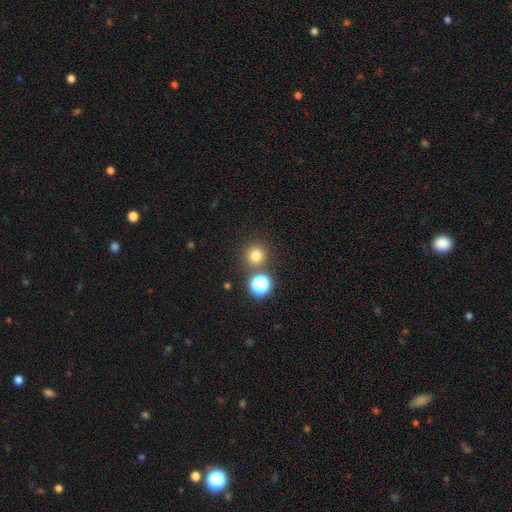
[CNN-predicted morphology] Overall: smooth (76%). How rounded: round (94%). Merging: none (82%).